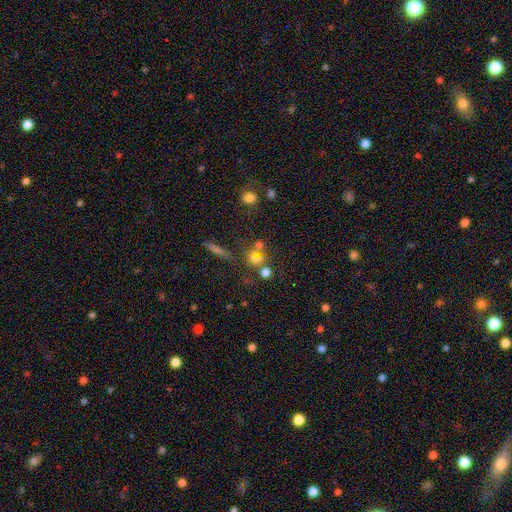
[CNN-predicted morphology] Smooth or featured? Predicted: smooth (p=0.56). How rounded? Predicted: round (p=0.69). Merging? Predicted: none (p=0.43).